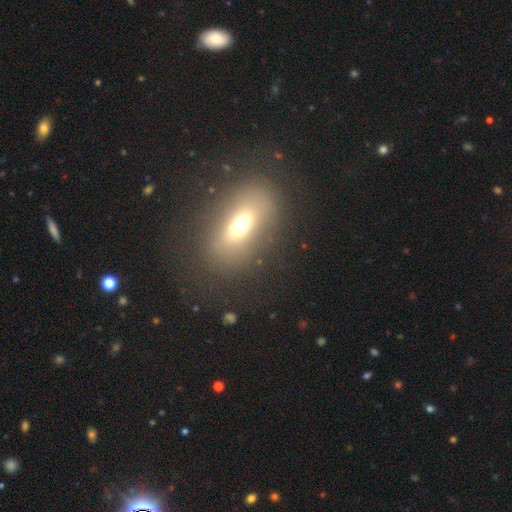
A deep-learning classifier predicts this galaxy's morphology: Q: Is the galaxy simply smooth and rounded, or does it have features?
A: smooth — 55%.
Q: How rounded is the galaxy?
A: in between — 78%.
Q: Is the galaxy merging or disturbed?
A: none — 82%.